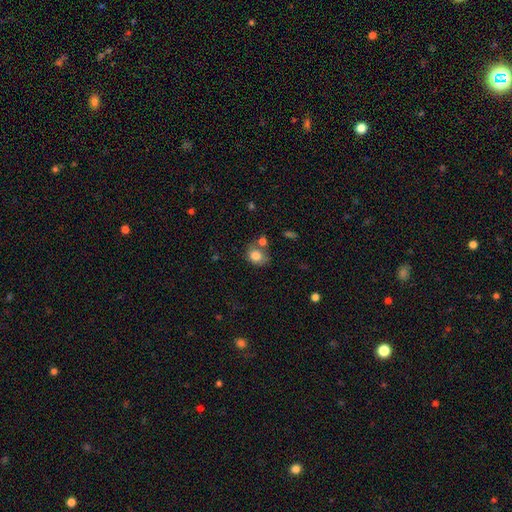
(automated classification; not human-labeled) Smooth or featured? Predicted: smooth (p=0.80). How rounded? Predicted: round (p=0.55). Merging? Predicted: none (p=0.51).